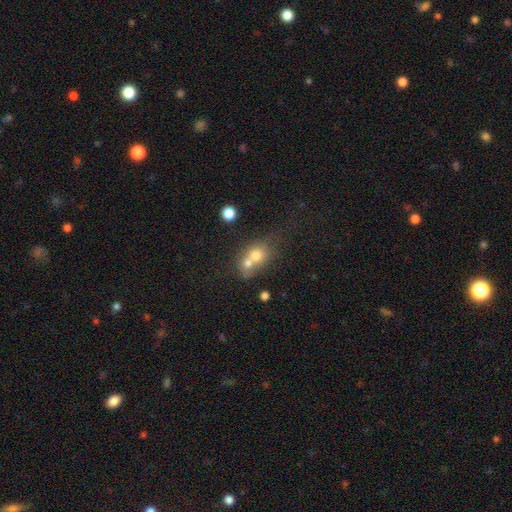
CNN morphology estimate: A smooth galaxy with no disk features (69%) that is round (62%). Merging: merger (65%).